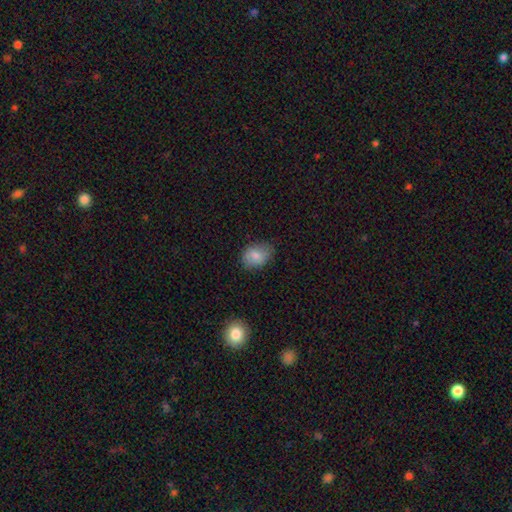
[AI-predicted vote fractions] This is likely a smooth galaxy (78%). How rounded: likely in between (69%). Merging: likely none (73%).